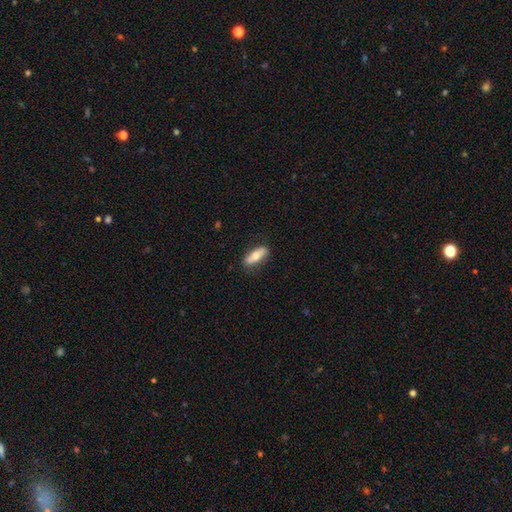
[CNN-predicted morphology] This appears to be a smooth galaxy with no disk features (63%) that is in between round and cigar-shaped (61%). Merging: none (82%).